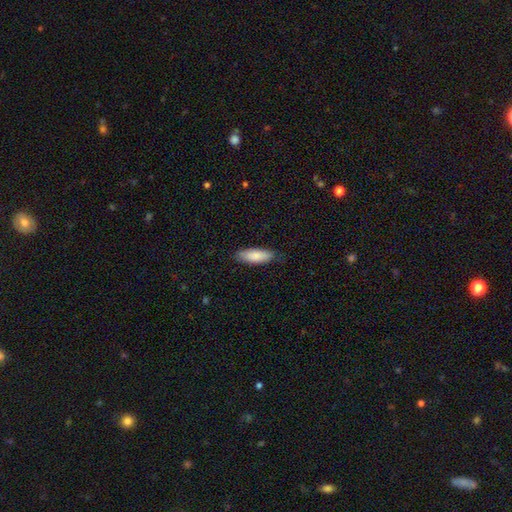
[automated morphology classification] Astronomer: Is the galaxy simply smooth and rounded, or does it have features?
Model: smooth — 86%.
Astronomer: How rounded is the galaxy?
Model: in between — 64%.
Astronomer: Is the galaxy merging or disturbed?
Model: none — 82%.